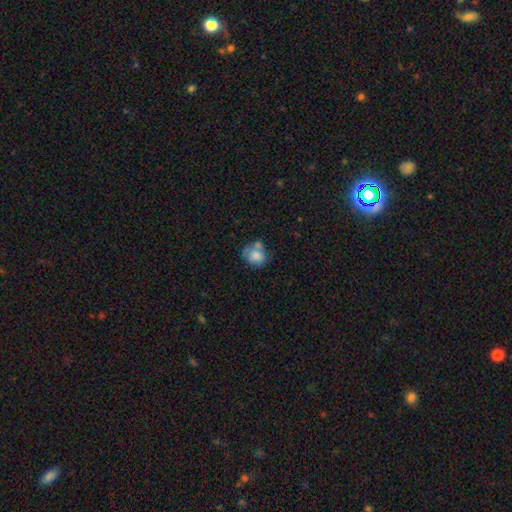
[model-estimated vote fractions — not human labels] Smooth or featured: smooth — 71% (featured or disk — 20%)
How rounded: round — 61% (in between — 38%)
Merging: none — 36% (merger — 29%)